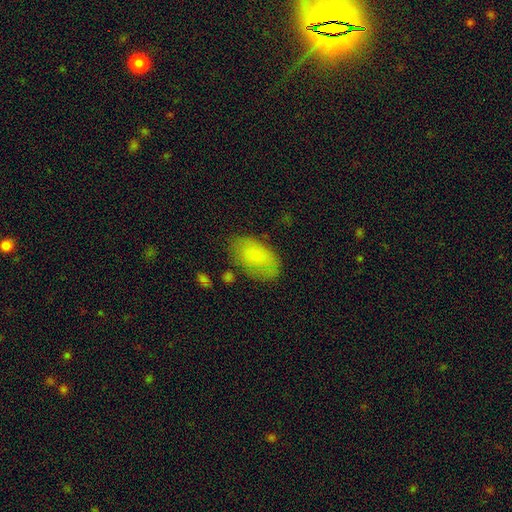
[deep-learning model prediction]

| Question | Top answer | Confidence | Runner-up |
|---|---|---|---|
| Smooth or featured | smooth | 71% | featured or disk (21%) |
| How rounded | in between | 92% | round (6%) |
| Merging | none | 65% | minor disturbance (23%) |